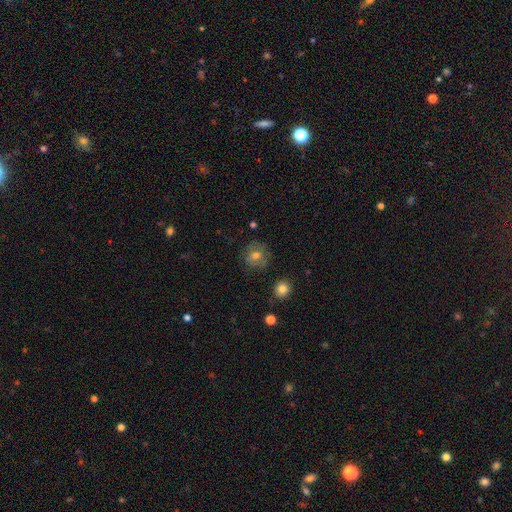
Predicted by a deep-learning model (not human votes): Smooth or featured? Predicted: smooth (p=0.66). How rounded? Predicted: round (p=0.87). Merging? Predicted: none (p=0.79).